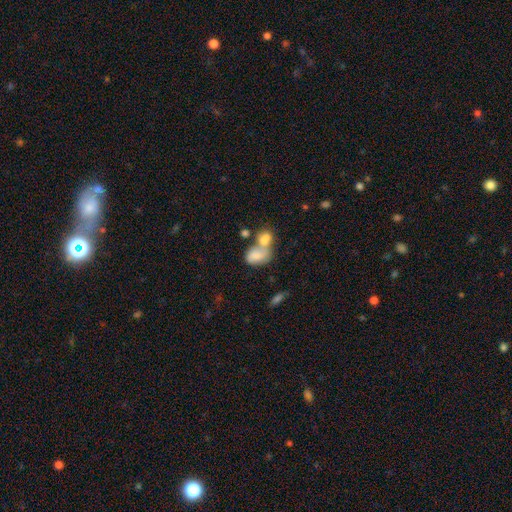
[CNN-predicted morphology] A smooth galaxy with no disk features (75%) that is in between round and cigar-shaped (80%).

Vote fractions:
- Smooth or featured? smooth: 75% / featured or disk: 17% / star or artifact: 8%
- How rounded? in between: 80% / round: 19% / cigar-shaped: 2%
- Merging? merger: 69% / none: 17% / minor disturbance: 8% / major disturbance: 6%